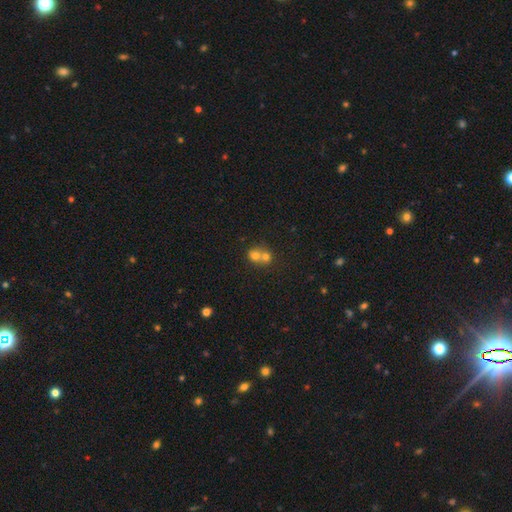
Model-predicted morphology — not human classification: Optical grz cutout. It shows a smooth galaxy with no disk features (68%) that is round (74%). Merging: merger (66%).